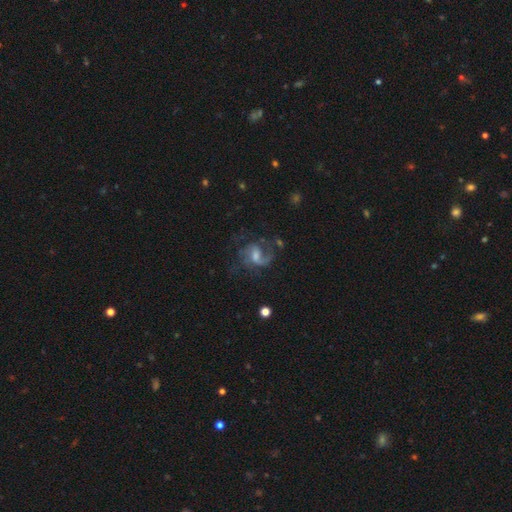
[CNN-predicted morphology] Smooth or featured?
  - featured or disk: 77% *
  - smooth: 14%
  - star or artifact: 9%
Edge-on disk?
  - no: 98% *
  - yes: 2%
Bar?
  - weak: 52% *
  - no: 35%
  - strong: 13%
Spiral arms?
  - yes: 91% *
  - no: 9%
Spiral winding?
  - medium: 44% *
  - loose: 43%
  - tight: 13%
Spiral arm count?
  - 2: 50% *
  - 1: 30%
  - can't tell: 11%
  - 3: 6%
  - 4: 2%
  - more than 4: 2%
Bulge size?
  - moderate: 41% *
  - small: 30%
  - none: 16%
  - large: 11%
  - dominant: 2%
Merging?
  - none: 50% *
  - major disturbance: 29%
  - minor disturbance: 18%
  - merger: 3%